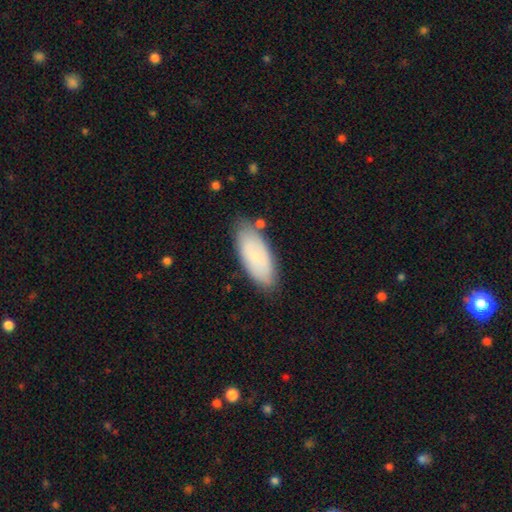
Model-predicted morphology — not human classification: Smooth or featured?
  - smooth: 68% *
  - featured or disk: 25%
  - star or artifact: 7%
How rounded?
  - in between: 86% *
  - cigar-shaped: 11%
  - round: 2%
Merging?
  - none: 78% *
  - minor disturbance: 16%
  - major disturbance: 3%
  - merger: 3%